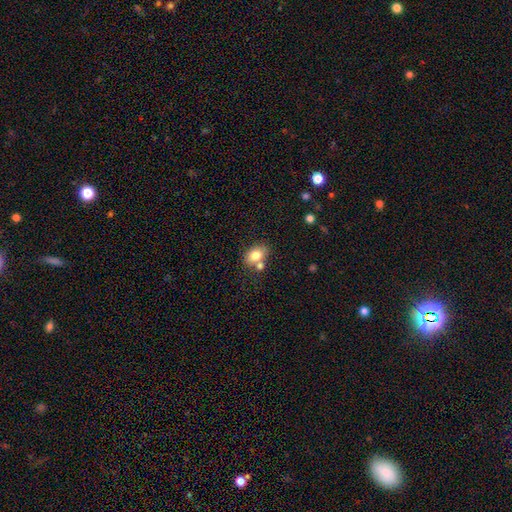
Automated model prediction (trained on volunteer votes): This appears to be a smooth galaxy with no disk features (78%) that is in between round and cigar-shaped (73%). Merging: none (56%).